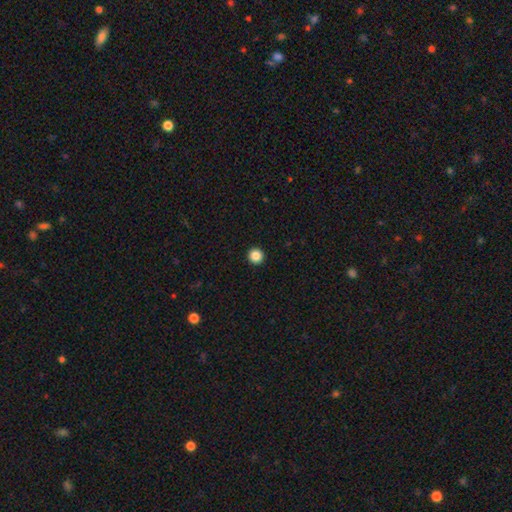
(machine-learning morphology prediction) smooth 87%, star or artifact 10%, featured or disk 3%. Down the decision tree: how rounded — round (96%); merging — none (94%).